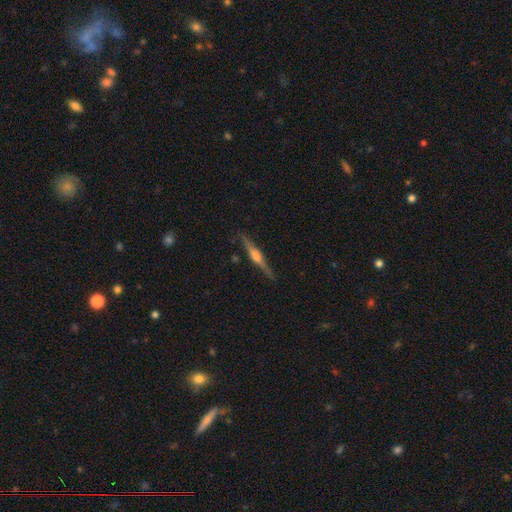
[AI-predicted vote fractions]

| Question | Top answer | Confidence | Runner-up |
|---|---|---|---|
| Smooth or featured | featured or disk | 75% | smooth (19%) |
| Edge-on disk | yes | 98% | no (2%) |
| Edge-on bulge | rounded | 81% | boxy (14%) |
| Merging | none | 87% | minor disturbance (10%) |